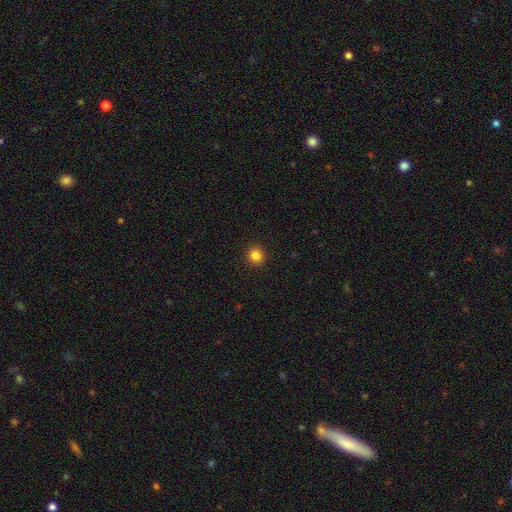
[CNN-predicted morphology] Smooth or featured?
  - smooth: 84% *
  - star or artifact: 12%
  - featured or disk: 4%
How rounded?
  - round: 90% *
  - in between: 9%
  - cigar-shaped: 1%
Merging?
  - none: 92% *
  - minor disturbance: 5%
  - major disturbance: 2%
  - merger: 1%